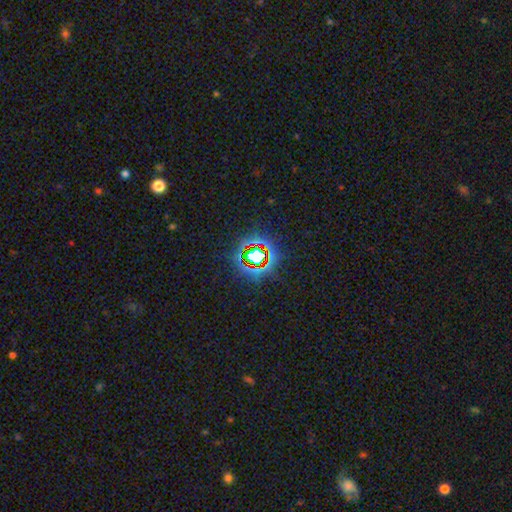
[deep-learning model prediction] smooth_or_featured: star or artifact (p=0.75) [alt: smooth p=0.14]